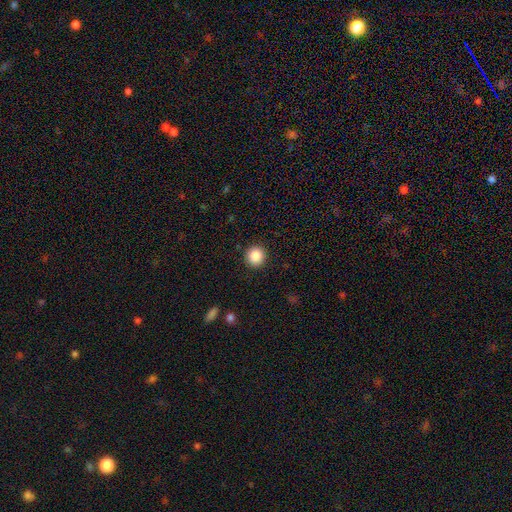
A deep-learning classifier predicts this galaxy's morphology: The model was most divided on "smooth or featured": smooth: 87%, star or artifact: 9%, featured or disk: 4%. More confident: how rounded — round (93%); merging — none (92%).